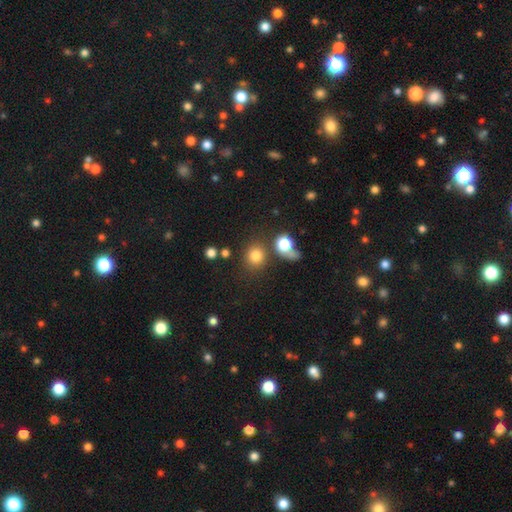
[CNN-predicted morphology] A smooth galaxy with no disk features (79%) that is round (85%). Merging: none (71%).